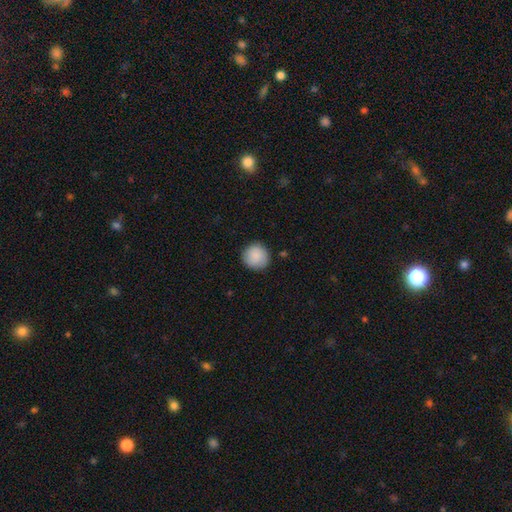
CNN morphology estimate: A smooth galaxy with no disk features (89%) that is round (94%).

Vote fractions:
- Smooth or featured? smooth: 89% / star or artifact: 6% / featured or disk: 5%
- How rounded? round: 94% / in between: 5% / cigar-shaped: 1%
- Merging? none: 88% / minor disturbance: 9% / major disturbance: 2% / merger: 1%